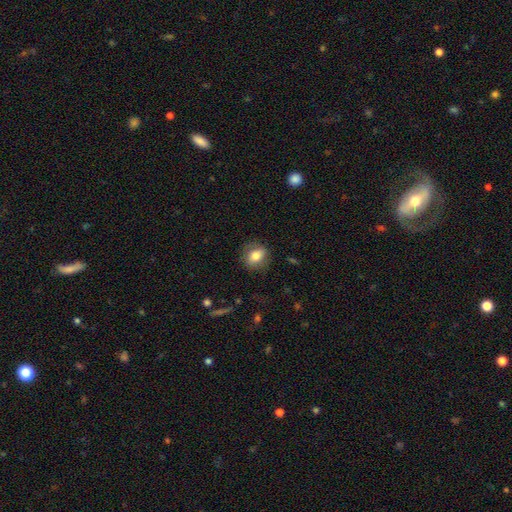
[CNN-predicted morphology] Smooth or featured? smooth (75%)
How rounded? in between (55%)
Merging? none (81%)